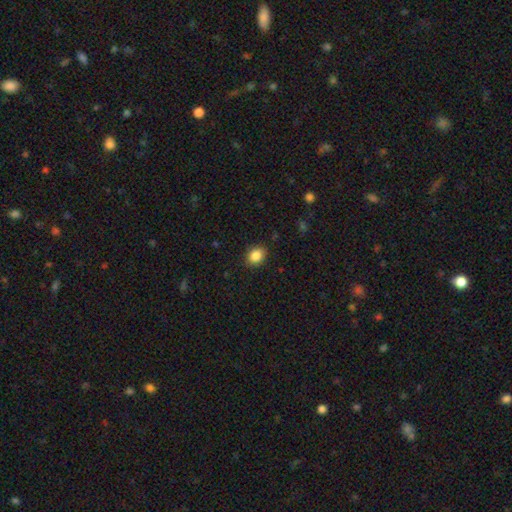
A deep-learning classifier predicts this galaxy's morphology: smooth-or-featured: smooth: 86% | star or artifact: 9% | featured or disk: 5%
  how-rounded: round: 51% | in between: 48% | cigar-shaped: 1%
  merging: none: 87% | minor disturbance: 9% | major disturbance: 2% | merger: 1%